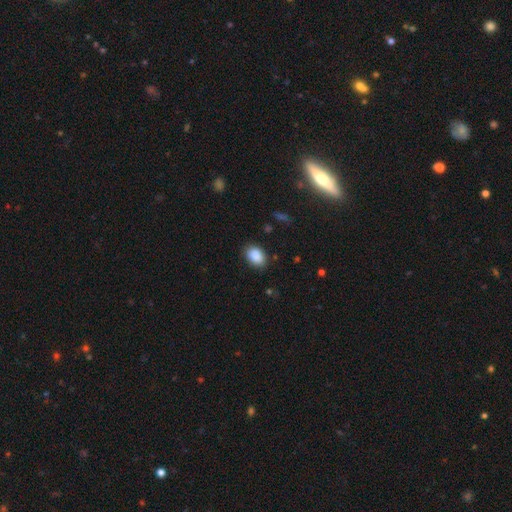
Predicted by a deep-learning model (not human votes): This is clearly a smooth galaxy (89%). How rounded: clearly in between (81%). Merging: clearly none (84%).